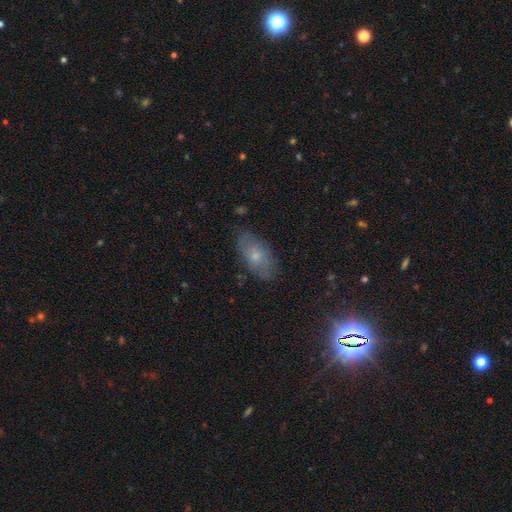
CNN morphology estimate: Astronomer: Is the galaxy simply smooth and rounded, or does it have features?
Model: smooth — 62%.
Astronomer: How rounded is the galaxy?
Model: in between — 89%.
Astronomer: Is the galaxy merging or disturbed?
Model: none — 74%.